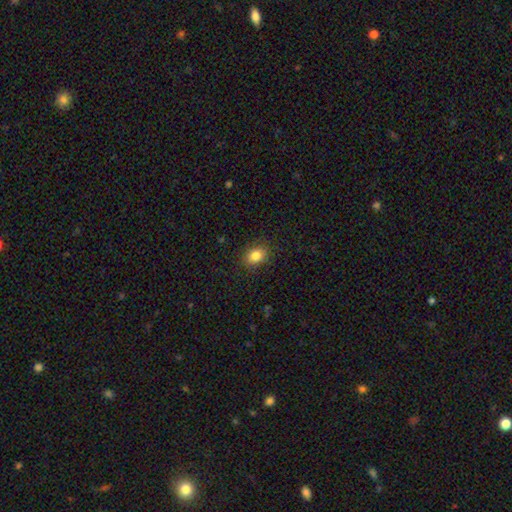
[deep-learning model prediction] Morphology: type=smooth (85%); roundness=in between (64%); merging=none (87%).